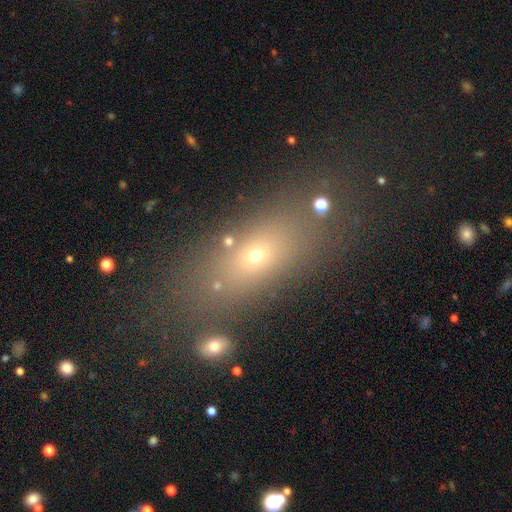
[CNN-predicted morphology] A smooth galaxy with no disk features (62%) that is in between round and cigar-shaped (68%). Merging: none (72%).